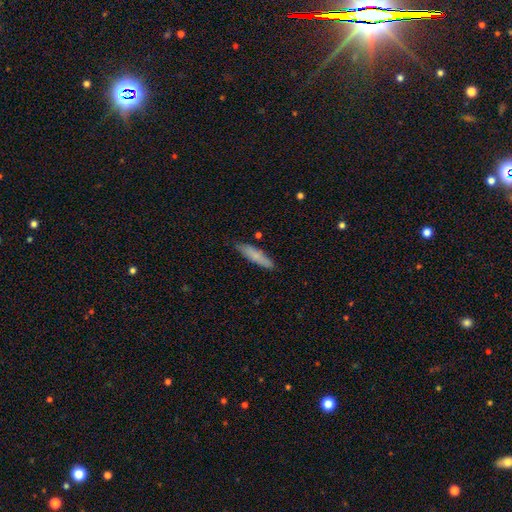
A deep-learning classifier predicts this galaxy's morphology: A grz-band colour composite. It shows a smooth galaxy with no disk features (77%) that is cigar-shaped (84%). Merging: none (83%).